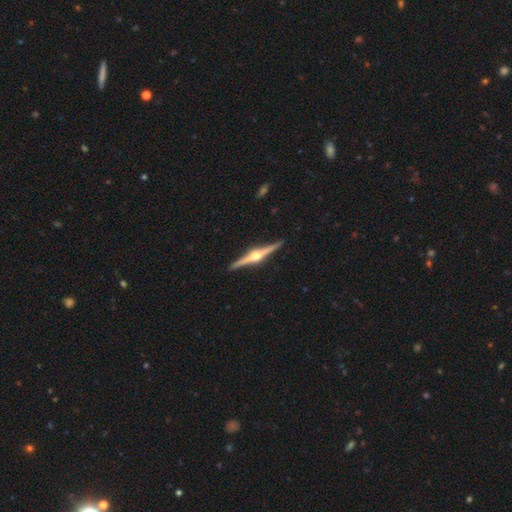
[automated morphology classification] This appears to be a featured or disk galaxy (88%) viewed edge-on (99%) with a rounded central bulge (96%). Merging: none (92%).